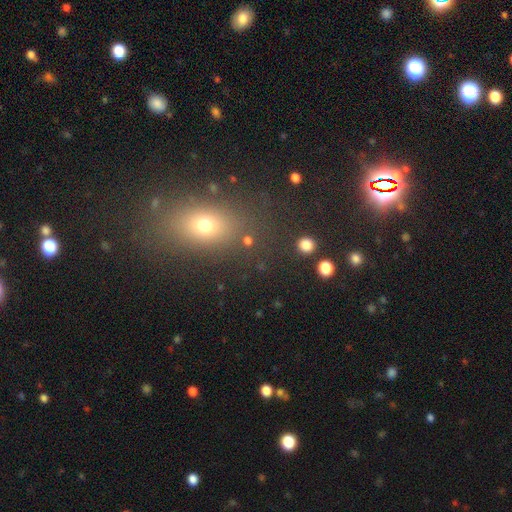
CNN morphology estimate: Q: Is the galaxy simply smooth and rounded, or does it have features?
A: smooth — 57%.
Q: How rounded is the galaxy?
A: in between — 64%.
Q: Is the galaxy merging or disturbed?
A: none — 84%.